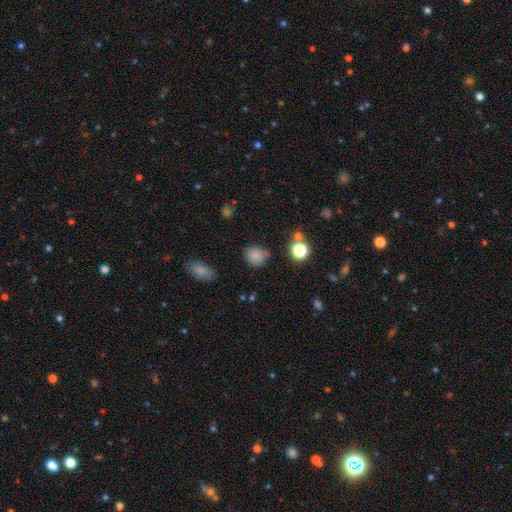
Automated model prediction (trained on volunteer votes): This appears to be a smooth galaxy with no disk features (81%) that is round (81%). Merging: none (75%).